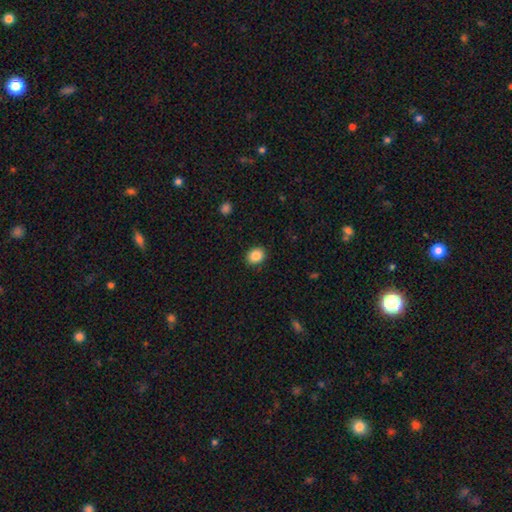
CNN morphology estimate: smooth 87%, star or artifact 9%, featured or disk 4%. Down the decision tree: how rounded — round (51%); merging — none (89%).